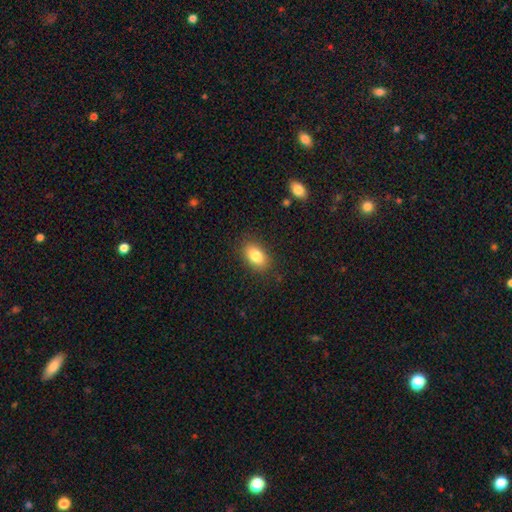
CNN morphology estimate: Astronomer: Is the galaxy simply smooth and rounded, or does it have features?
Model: smooth — 83%.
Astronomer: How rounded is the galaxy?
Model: in between — 88%.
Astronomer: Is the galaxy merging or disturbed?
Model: none — 85%.